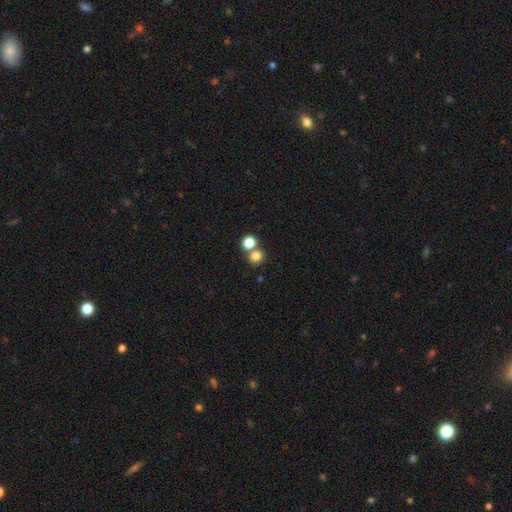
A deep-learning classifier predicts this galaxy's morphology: smooth-or-featured: smooth: 80% | star or artifact: 14% | featured or disk: 7%
  how-rounded: round: 84% | in between: 15% | cigar-shaped: 1%
  merging: none: 57% | merger: 35% | minor disturbance: 6% | major disturbance: 3%